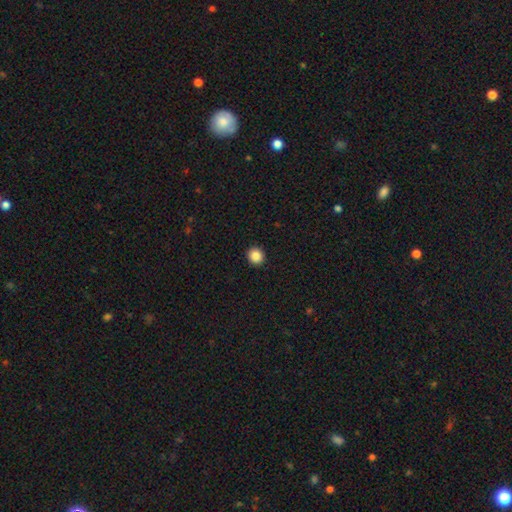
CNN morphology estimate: A smooth galaxy with no disk features (86%) that is round (90%).

Vote fractions:
- Smooth or featured? smooth: 86% / star or artifact: 10% / featured or disk: 4%
- How rounded? round: 90% / in between: 9% / cigar-shaped: 1%
- Merging? none: 93% / minor disturbance: 4% / major disturbance: 1% / merger: 1%